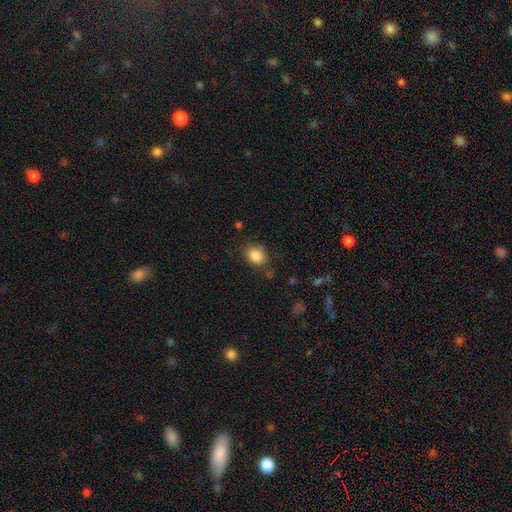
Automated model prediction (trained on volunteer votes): This is clearly a smooth galaxy (86%). How rounded: possibly in between (51%). Merging: likely none (78%).